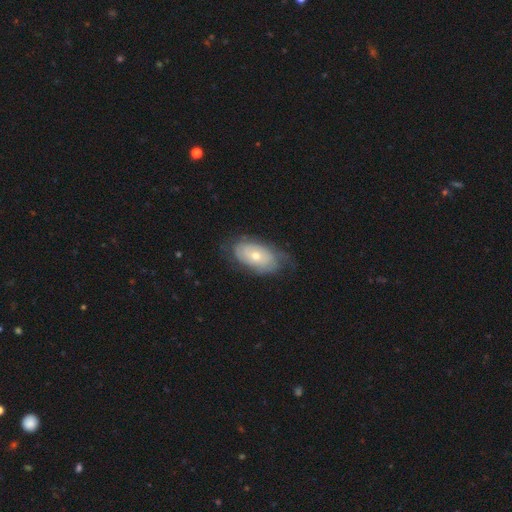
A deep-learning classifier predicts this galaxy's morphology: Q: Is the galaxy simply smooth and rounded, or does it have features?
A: featured or disk — 59%.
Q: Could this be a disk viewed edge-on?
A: no — 93%.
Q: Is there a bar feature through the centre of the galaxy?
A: no — 82%.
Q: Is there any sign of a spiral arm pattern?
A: yes — 72%.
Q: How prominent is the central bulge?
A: moderate — 56%.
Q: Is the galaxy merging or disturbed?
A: none — 64%.